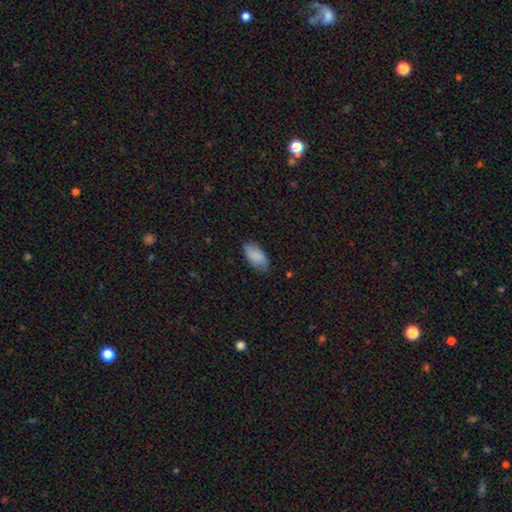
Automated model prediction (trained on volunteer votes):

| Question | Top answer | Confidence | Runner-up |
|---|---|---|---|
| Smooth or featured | smooth | 87% | featured or disk (7%) |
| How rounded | in between | 94% | cigar-shaped (4%) |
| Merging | none | 81% | minor disturbance (15%) |